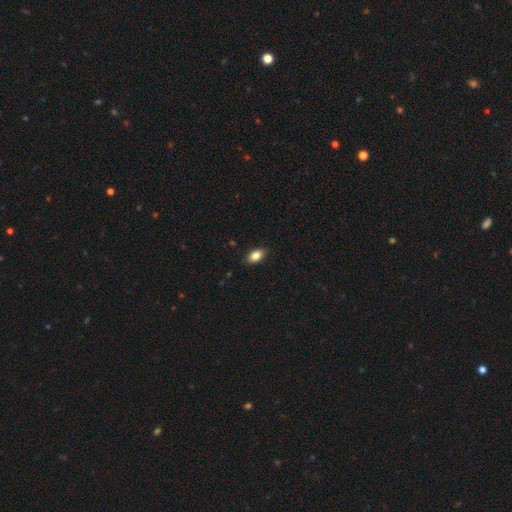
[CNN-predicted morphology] Smooth or featured?
  - smooth: 85% *
  - star or artifact: 8%
  - featured or disk: 7%
How rounded?
  - in between: 89% *
  - round: 8%
  - cigar-shaped: 2%
Merging?
  - none: 87% *
  - minor disturbance: 10%
  - major disturbance: 2%
  - merger: 1%